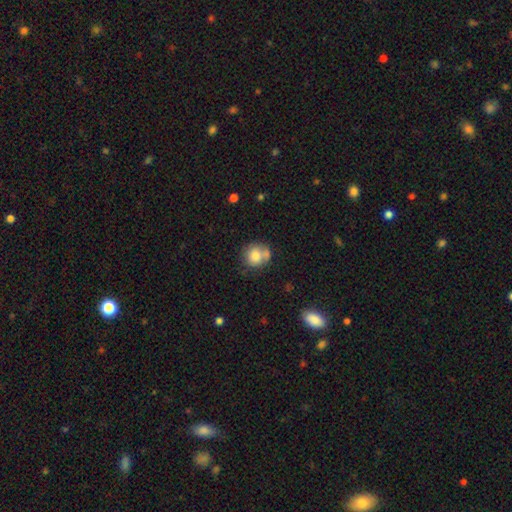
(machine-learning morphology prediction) A smooth galaxy with no disk features (78%) that is round (83%).

Vote fractions:
- Smooth or featured? smooth: 78% / featured or disk: 14% / star or artifact: 9%
- How rounded? round: 83% / in between: 16% / cigar-shaped: 1%
- Merging? none: 50% / merger: 24% / minor disturbance: 20% / major disturbance: 7%